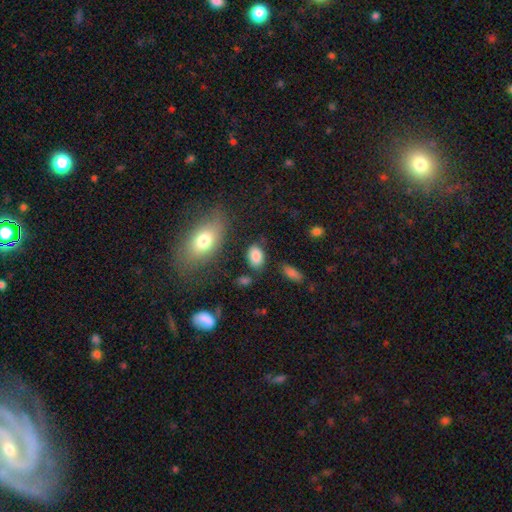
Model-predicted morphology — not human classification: Smooth or featured? smooth (84%)
How rounded? in between (87%)
Merging? none (75%)